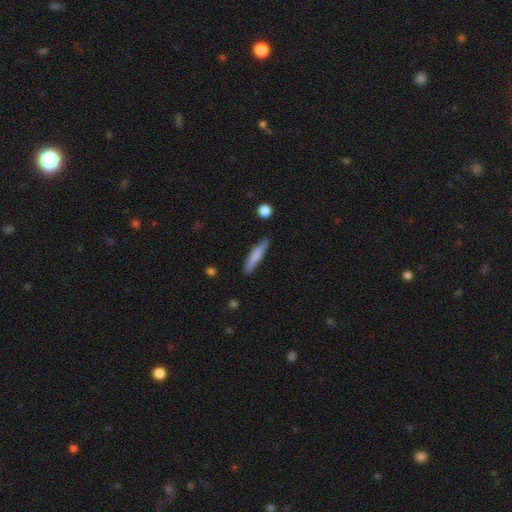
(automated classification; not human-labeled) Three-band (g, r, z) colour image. It shows a smooth galaxy with no disk features (69%) that is cigar-shaped (88%). Merging: none (85%).